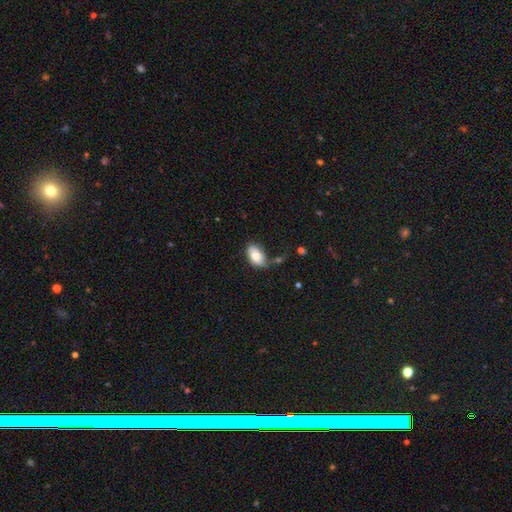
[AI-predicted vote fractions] smooth-or-featured: smooth: 77% | featured or disk: 16% | star or artifact: 7%
  how-rounded: in between: 92% | round: 6% | cigar-shaped: 2%
  merging: none: 47% | minor disturbance: 29% | major disturbance: 13% | merger: 12%